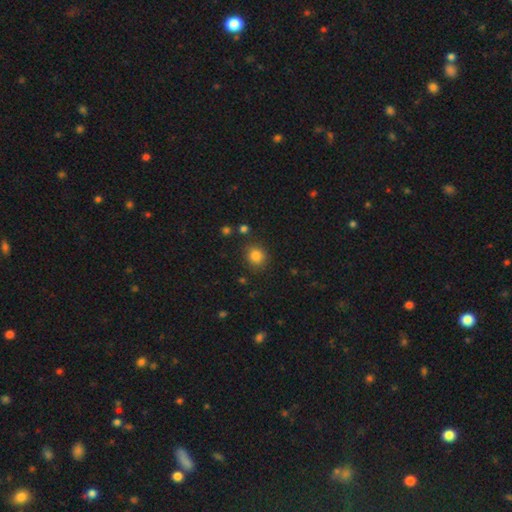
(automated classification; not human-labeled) smooth 84%, star or artifact 12%, featured or disk 5%. Down the decision tree: how rounded — round (83%); merging — none (84%).